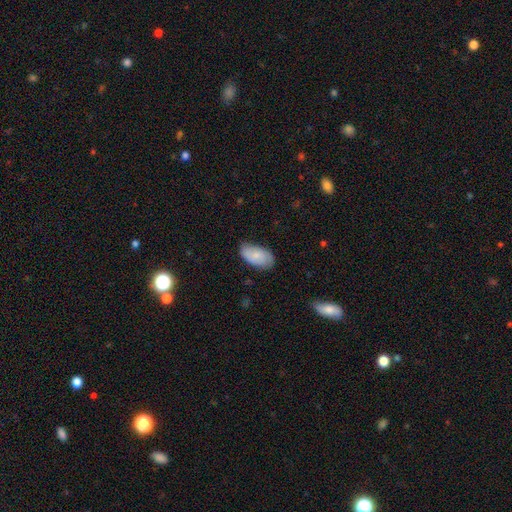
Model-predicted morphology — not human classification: This appears to be a smooth galaxy with no disk features (73%) that is in between round and cigar-shaped (95%). Merging: none (73%).